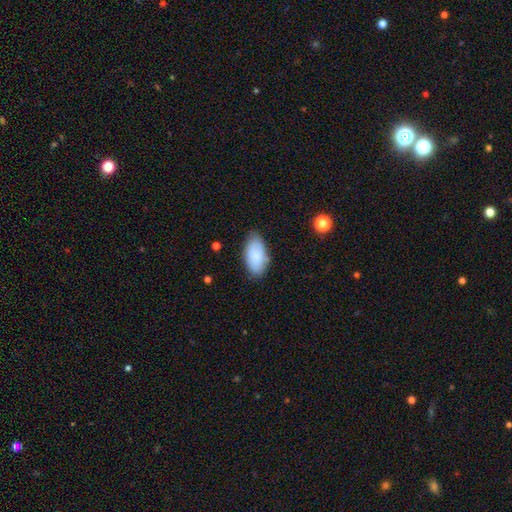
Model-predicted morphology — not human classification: Q: Smooth or featured?
A: smooth (84%); runner-up: featured or disk (10%)
Q: How rounded?
A: in between (95%); runner-up: round (3%)
Q: Merging?
A: none (73%); runner-up: minor disturbance (21%)